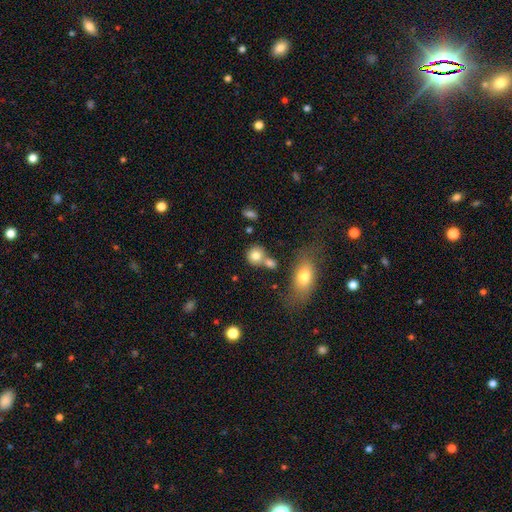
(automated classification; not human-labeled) smooth 78%, featured or disk 11%, star or artifact 11%. Down the decision tree: how rounded — round (79%); merging — none (53%).